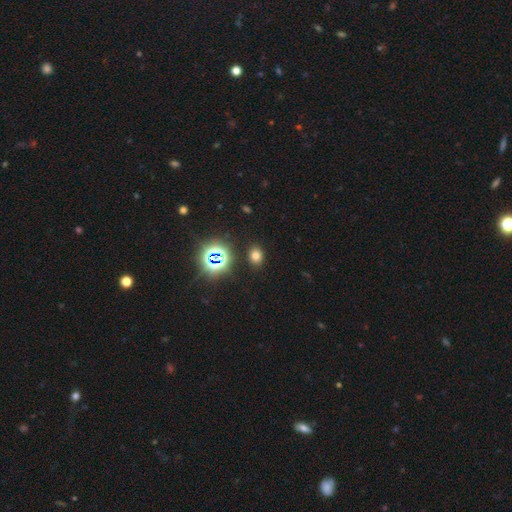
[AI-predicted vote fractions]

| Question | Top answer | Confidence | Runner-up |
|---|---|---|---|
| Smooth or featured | smooth | 69% | star or artifact (24%) |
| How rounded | in between | 53% | round (46%) |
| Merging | none | 87% | minor disturbance (8%) |